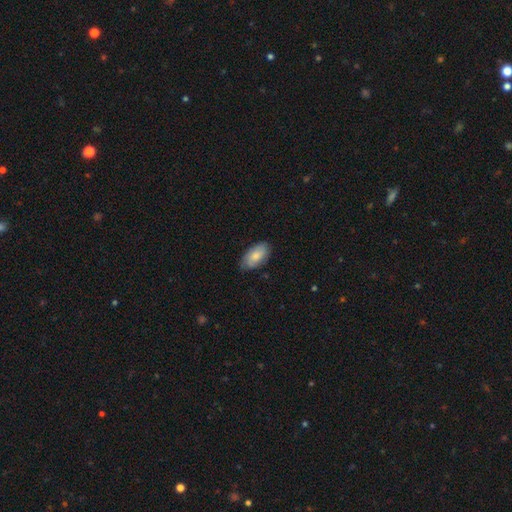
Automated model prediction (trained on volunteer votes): Smooth or featured: smooth — 76% (featured or disk — 18%)
How rounded: in between — 94% (cigar-shaped — 3%)
Merging: none — 77% (minor disturbance — 19%)